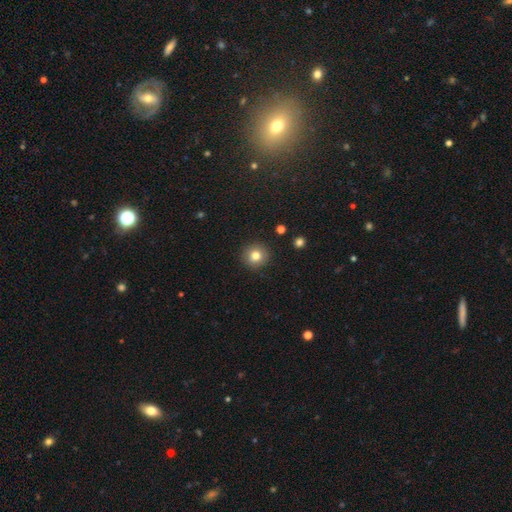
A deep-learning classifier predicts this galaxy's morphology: Overall: smooth (80%). How rounded: round (93%). Merging: none (91%).